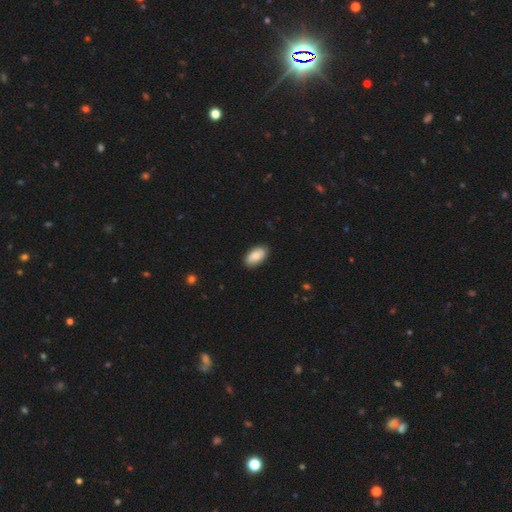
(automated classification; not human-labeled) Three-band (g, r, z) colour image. It shows a smooth galaxy with no disk features (84%) that is in between round and cigar-shaped (95%). Merging: none (88%).